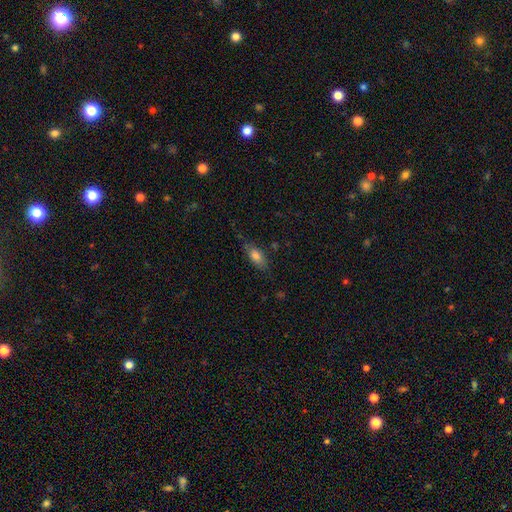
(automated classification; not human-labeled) Smooth or featured? smooth (77%)
How rounded? in between (81%)
Merging? none (72%)